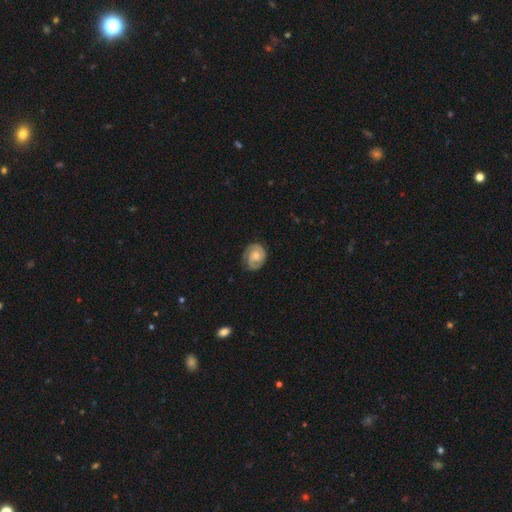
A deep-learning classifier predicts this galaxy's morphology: This appears to be a featured or disk galaxy (79%) with no bar (61%), 2 (79%) tight (55%) spiral arms (97%) and a moderate central bulge (45%). Merging: none (78%).